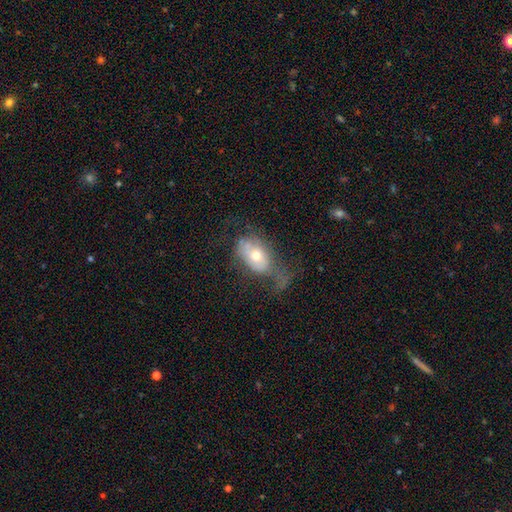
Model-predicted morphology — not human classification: Smooth or featured?
  - smooth: 51% *
  - featured or disk: 40%
  - star or artifact: 9%
How rounded?
  - in between: 83% *
  - round: 15%
  - cigar-shaped: 2%
Merging?
  - major disturbance: 45% *
  - none: 27%
  - minor disturbance: 25%
  - merger: 4%